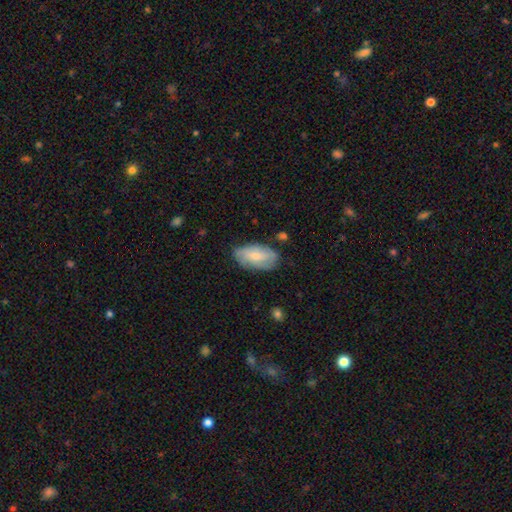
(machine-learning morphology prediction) smooth 62%, featured or disk 32%, star or artifact 6%. Down the decision tree: how rounded — in between (94%); merging — none (69%).